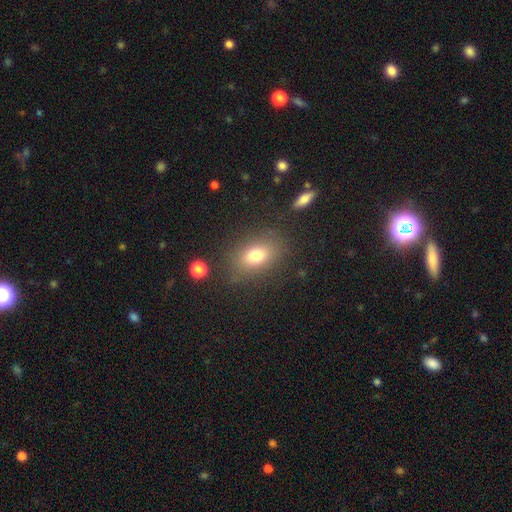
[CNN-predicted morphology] This is likely a smooth galaxy (76%). How rounded: likely in between (76%). Merging: clearly none (80%).